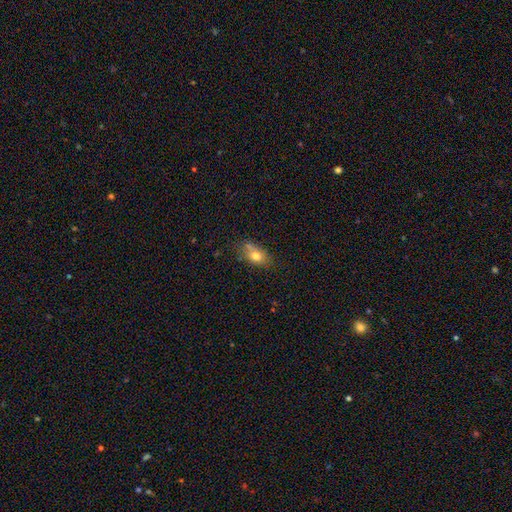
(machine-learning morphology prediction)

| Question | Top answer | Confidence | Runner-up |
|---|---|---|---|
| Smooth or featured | smooth | 74% | featured or disk (15%) |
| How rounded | in between | 78% | round (17%) |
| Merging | none | 59% | minor disturbance (25%) |